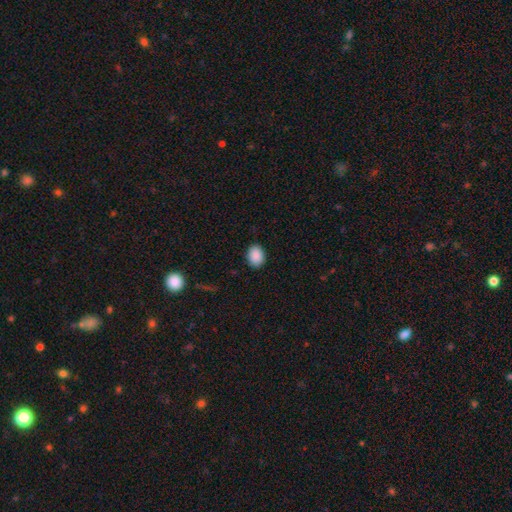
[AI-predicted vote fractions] Smooth or featured: smooth — 90% (star or artifact — 8%)
How rounded: in between — 67% (round — 32%)
Merging: none — 88% (minor disturbance — 9%)